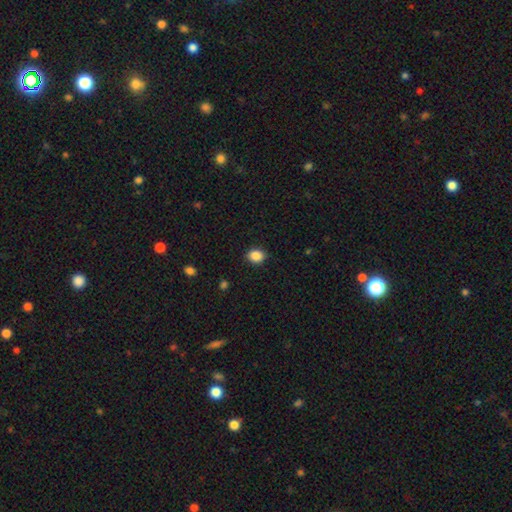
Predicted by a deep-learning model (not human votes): smooth-or-featured: smooth: 87% | star or artifact: 9% | featured or disk: 3%
  how-rounded: round: 53% | in between: 46% | cigar-shaped: 1%
  merging: none: 89% | minor disturbance: 8% | major disturbance: 2% | merger: 1%